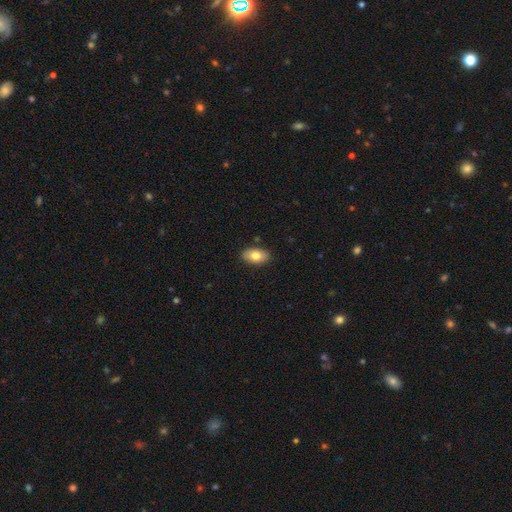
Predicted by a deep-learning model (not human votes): The model was most divided on "smooth or featured": smooth: 79%, featured or disk: 14%, star or artifact: 7%. More confident: how rounded — in between (92%); merging — none (88%).